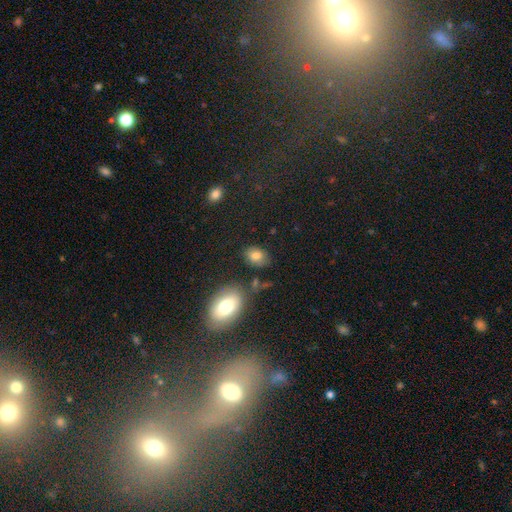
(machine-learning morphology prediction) smooth_or_featured: smooth (p=0.79) [alt: star or artifact p=0.11]
how_rounded: in between (p=0.74) [alt: round p=0.24]
merging: none (p=0.75) [alt: minor disturbance p=0.15]